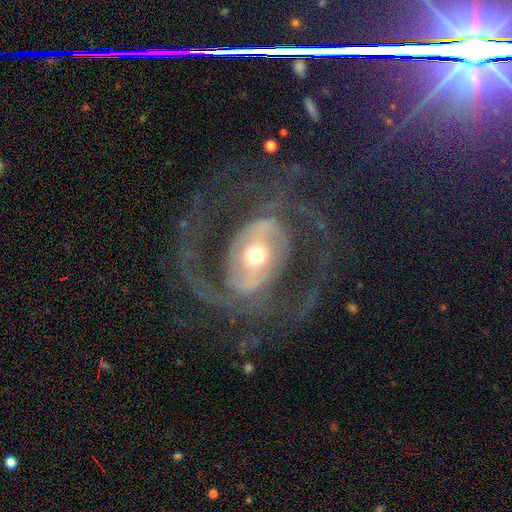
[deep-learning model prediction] This is clearly a featured or disk galaxy (85%). It is clearly not viewed edge-on (97%). Bar: marginally no (45%). Spiral arm pattern: clearly yes (85%). Spiral arm count: clearly 2 (81%). Spiral winding: marginally medium (44%). Central bulge: likely moderate (71%). Merging: possibly none (57%).